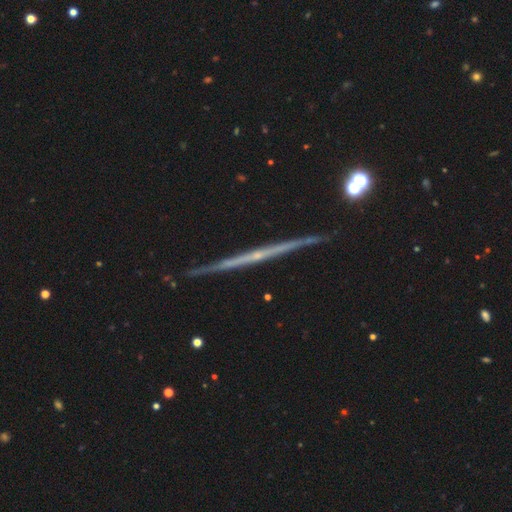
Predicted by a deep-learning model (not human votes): The model was most divided on "edge-on bulge": none: 75%, rounded: 20%, boxy: 5%. More confident: edge-on disk — yes (98%); merging — none (91%); smooth or featured — featured or disk (78%).